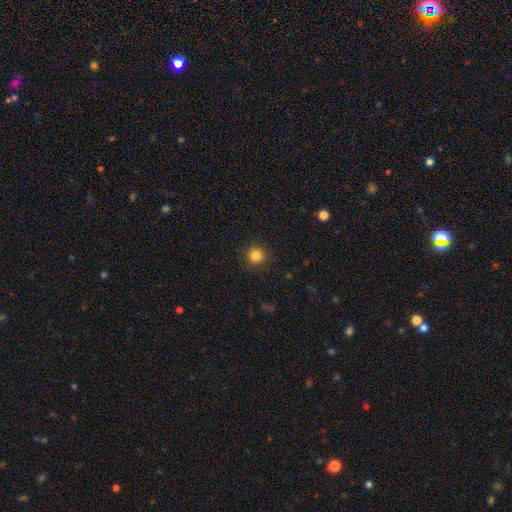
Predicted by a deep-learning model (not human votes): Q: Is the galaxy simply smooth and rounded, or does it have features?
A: smooth — 83%.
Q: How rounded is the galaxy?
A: round — 95%.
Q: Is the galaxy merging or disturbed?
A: none — 91%.